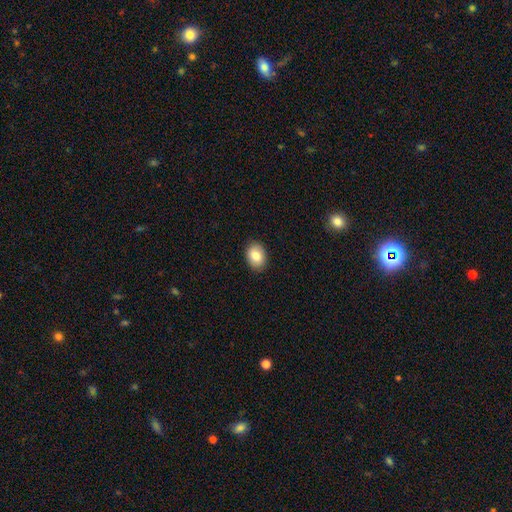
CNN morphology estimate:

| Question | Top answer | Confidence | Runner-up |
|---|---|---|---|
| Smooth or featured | smooth | 84% | featured or disk (9%) |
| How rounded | in between | 76% | round (23%) |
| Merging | none | 89% | minor disturbance (8%) |